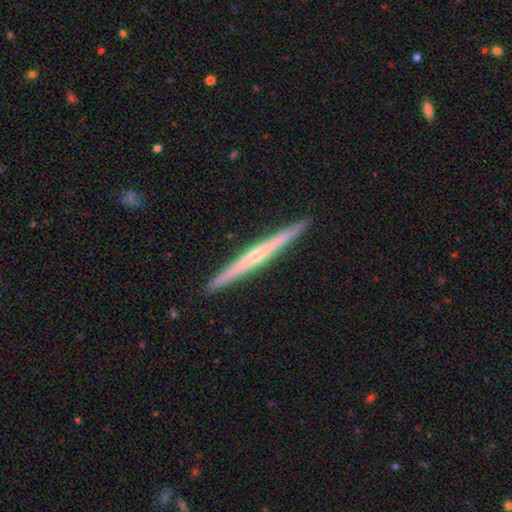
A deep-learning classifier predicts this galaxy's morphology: featured or disk 72%, smooth 22%, star or artifact 5%. Down the decision tree: edge-on disk — yes (98%); edge-on bulge — rounded (59%); merging — none (93%).